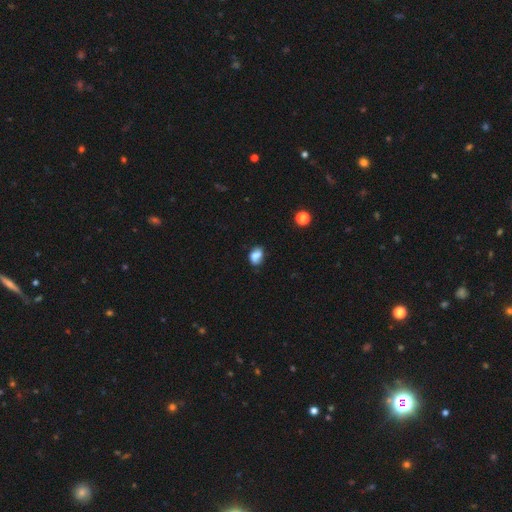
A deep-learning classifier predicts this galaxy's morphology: This is likely a smooth galaxy (72%). How rounded: likely in between (75%). Merging: possibly none (54%).